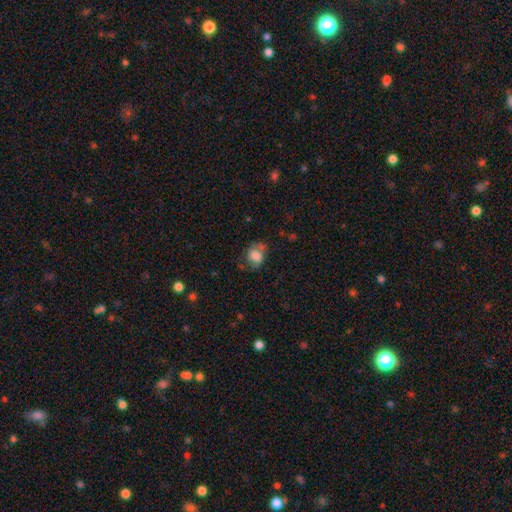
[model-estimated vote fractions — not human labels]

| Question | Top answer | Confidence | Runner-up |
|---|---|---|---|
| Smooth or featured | smooth | 66% | featured or disk (25%) |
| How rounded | in between | 57% | round (42%) |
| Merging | none | 48% | minor disturbance (29%) |